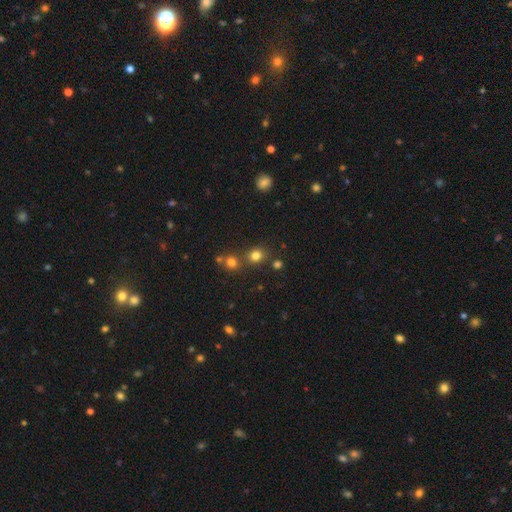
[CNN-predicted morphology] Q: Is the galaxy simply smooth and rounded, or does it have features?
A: smooth — 76%.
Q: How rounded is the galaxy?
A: round — 80%.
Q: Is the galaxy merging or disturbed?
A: none — 72%.